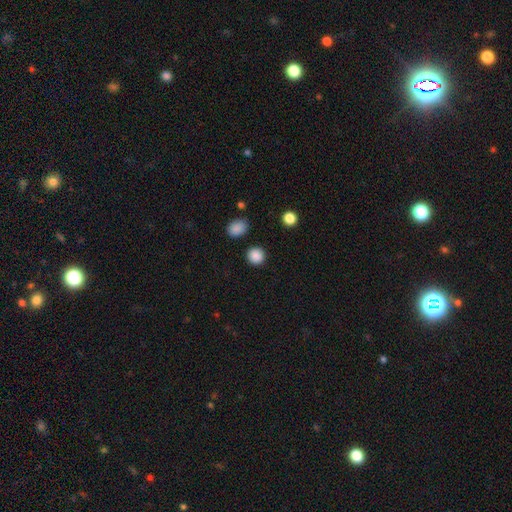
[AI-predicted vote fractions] Smooth or featured: smooth — 87% (star or artifact — 10%)
How rounded: round — 91% (in between — 8%)
Merging: none — 90% (minor disturbance — 6%)